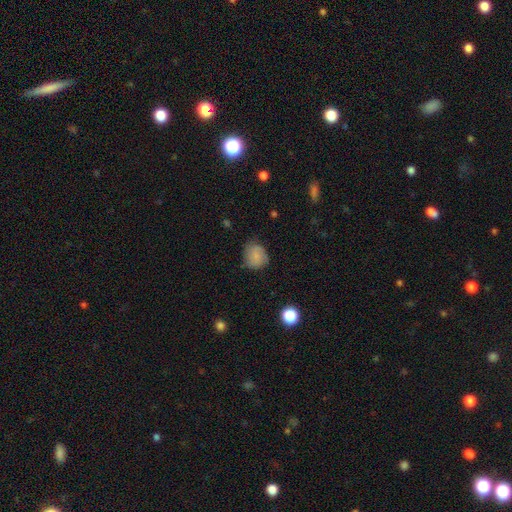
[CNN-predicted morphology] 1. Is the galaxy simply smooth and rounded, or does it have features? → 72% smooth, 19% featured or disk, 9% star or artifact.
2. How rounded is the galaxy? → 69% round, 30% in between, 1% cigar-shaped.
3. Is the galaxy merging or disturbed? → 66% none, 26% minor disturbance, 7% major disturbance, 1% merger.